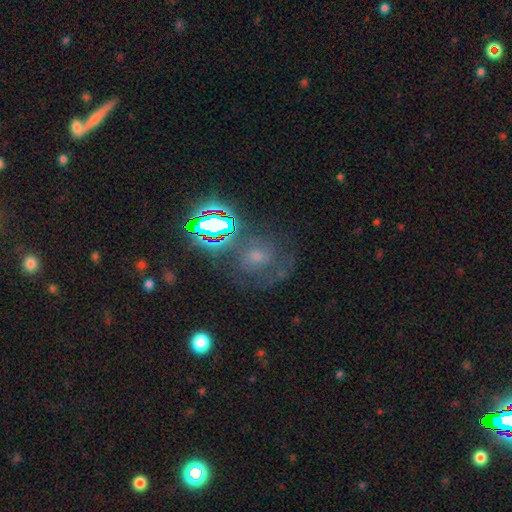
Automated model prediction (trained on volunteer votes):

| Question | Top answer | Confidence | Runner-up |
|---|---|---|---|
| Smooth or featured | smooth | 42% | star or artifact (31%) |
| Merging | none | 56% | major disturbance (21%) |